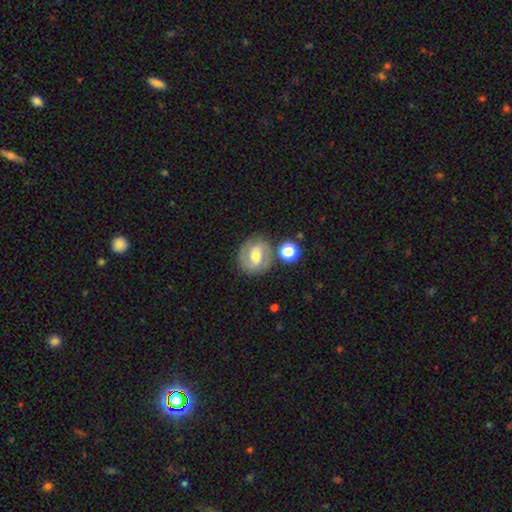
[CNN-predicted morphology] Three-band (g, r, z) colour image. It shows a featured or disk galaxy (60%) with a weak bar (48%), spiral arms (84%) and a moderate central bulge (67%). Merging: none (75%).